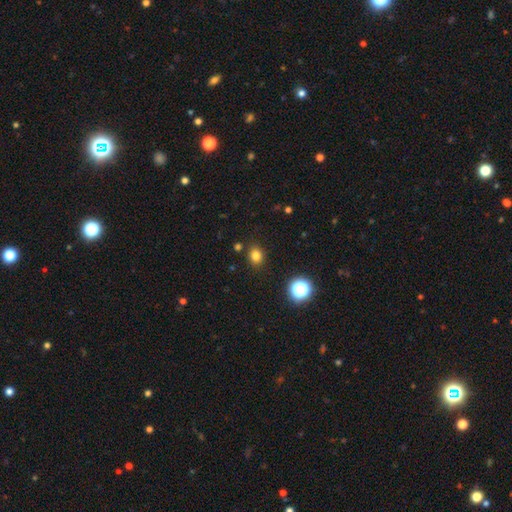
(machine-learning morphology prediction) type=smooth (79%); roundness=round (67%); merging=none (87%).